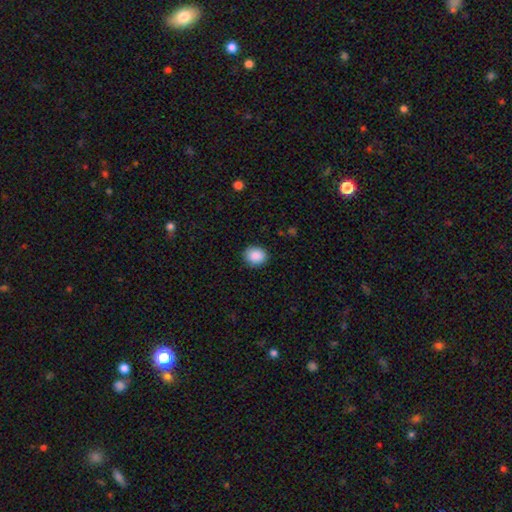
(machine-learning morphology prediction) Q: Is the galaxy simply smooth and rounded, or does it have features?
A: smooth — 89%.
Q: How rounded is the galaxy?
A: round — 68%.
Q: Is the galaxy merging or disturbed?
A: none — 88%.